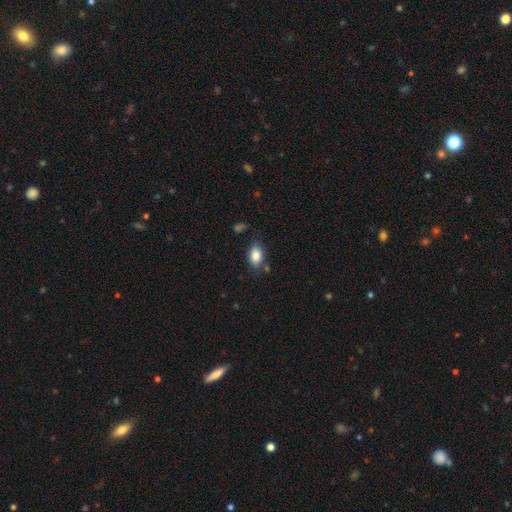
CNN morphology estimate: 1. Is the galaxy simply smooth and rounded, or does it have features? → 85% smooth, 8% star or artifact, 7% featured or disk.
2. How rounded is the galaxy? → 86% in between, 12% round, 2% cigar-shaped.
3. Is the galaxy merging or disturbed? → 77% none, 15% minor disturbance, 4% merger, 4% major disturbance.